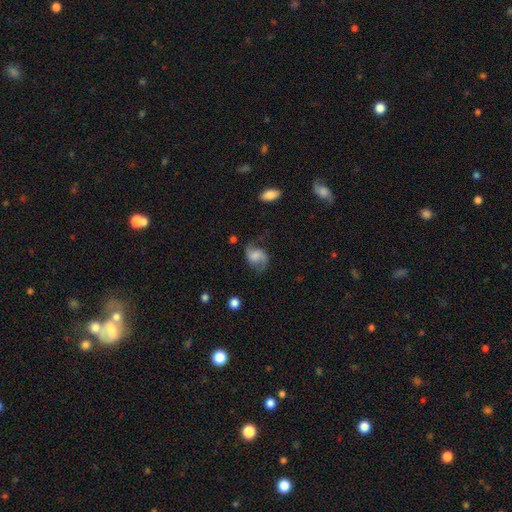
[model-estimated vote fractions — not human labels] Smooth or featured? Predicted: featured or disk (p=0.62). Edge-on disk? Predicted: no (p=0.97). Bar? Predicted: no (p=0.48). Spiral arms? Predicted: yes (p=0.91). Spiral winding? Predicted: loose (p=0.54). Spiral arm count? Predicted: 2 (p=0.88). Bulge size? Predicted: none (p=0.37). Merging? Predicted: none (p=0.60).